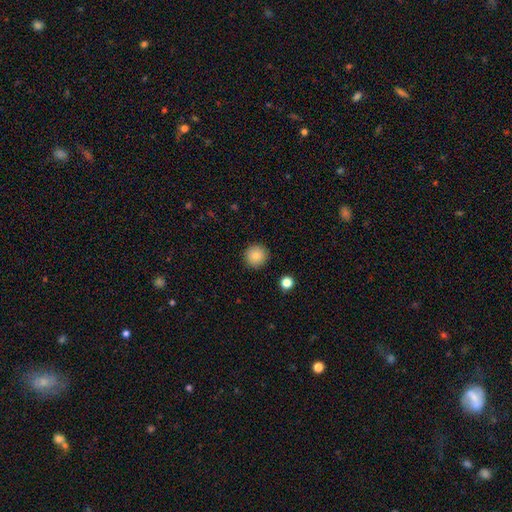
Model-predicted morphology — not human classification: Smooth or featured? Predicted: smooth (p=0.85). How rounded? Predicted: round (p=0.96). Merging? Predicted: none (p=0.92).